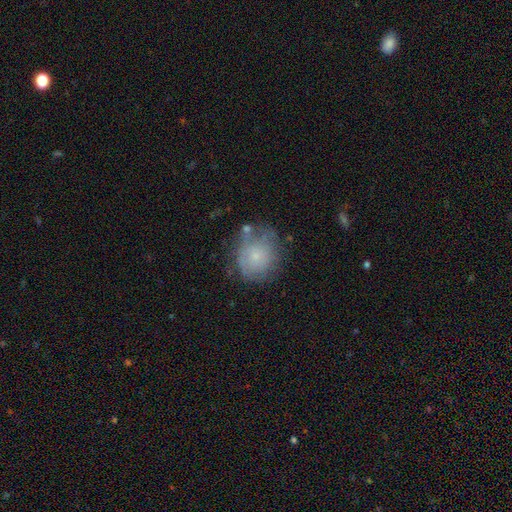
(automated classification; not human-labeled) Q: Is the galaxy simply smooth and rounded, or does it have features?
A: smooth — 60%.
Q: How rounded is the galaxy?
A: round — 77%.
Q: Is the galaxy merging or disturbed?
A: none — 55%.